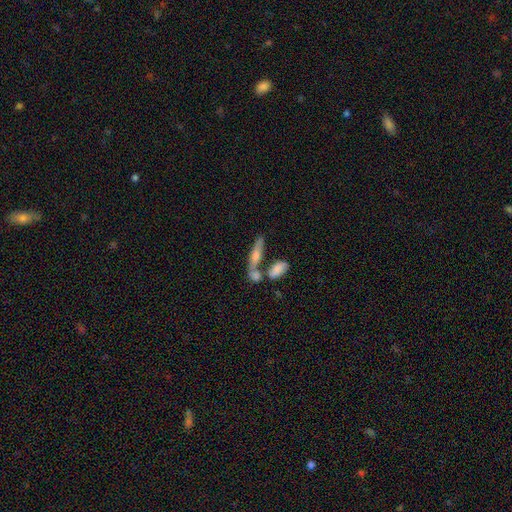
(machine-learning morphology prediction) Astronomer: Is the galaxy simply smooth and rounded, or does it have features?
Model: smooth — 50% (runner-up: featured or disk, 41%).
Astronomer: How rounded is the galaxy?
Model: cigar-shaped — 61%.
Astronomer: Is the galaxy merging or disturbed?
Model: merger — 42% (runner-up: none, 41%).